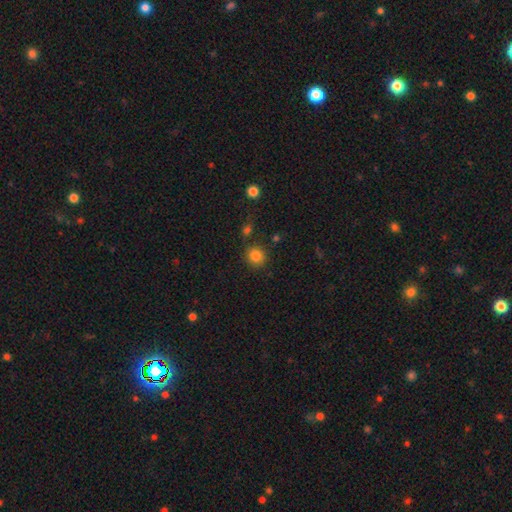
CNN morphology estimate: Smooth or featured? smooth (83%)
How rounded? round (88%)
Merging? none (82%)